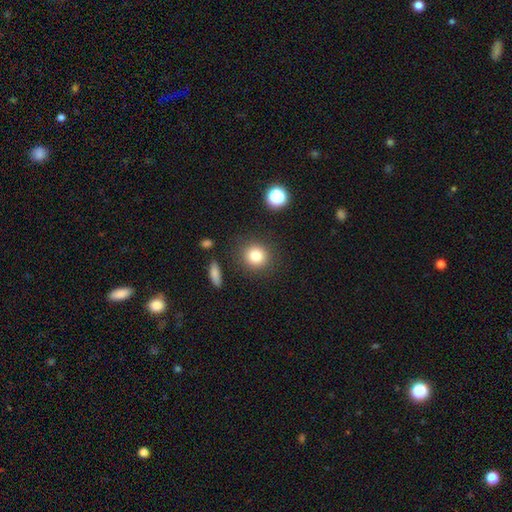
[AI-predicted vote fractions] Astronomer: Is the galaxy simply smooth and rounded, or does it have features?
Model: smooth — 82%.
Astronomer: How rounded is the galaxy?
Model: round — 87%.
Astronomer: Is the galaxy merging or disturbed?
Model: none — 86%.